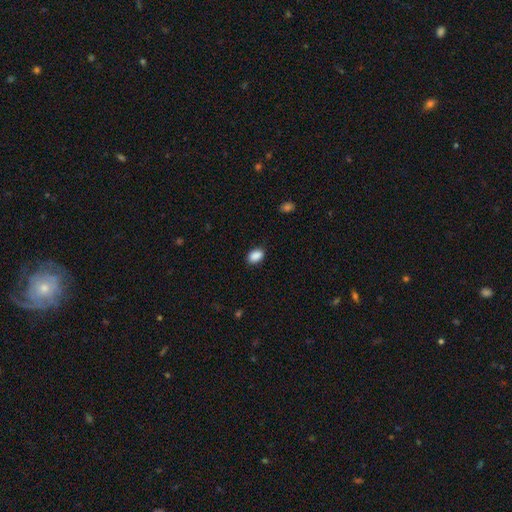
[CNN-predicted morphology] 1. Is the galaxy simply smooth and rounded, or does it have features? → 89% smooth, 8% star or artifact, 3% featured or disk.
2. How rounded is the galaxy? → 84% in between, 14% round, 1% cigar-shaped.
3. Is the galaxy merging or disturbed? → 86% none, 10% minor disturbance, 2% major disturbance, 1% merger.